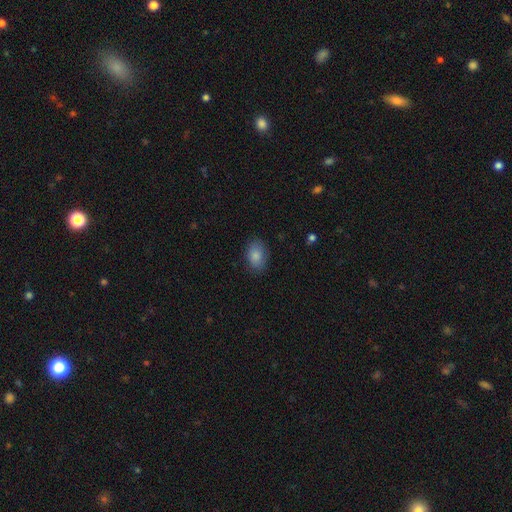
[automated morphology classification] This is clearly a smooth galaxy (85%). How rounded: clearly in between (81%). Merging: clearly none (83%).